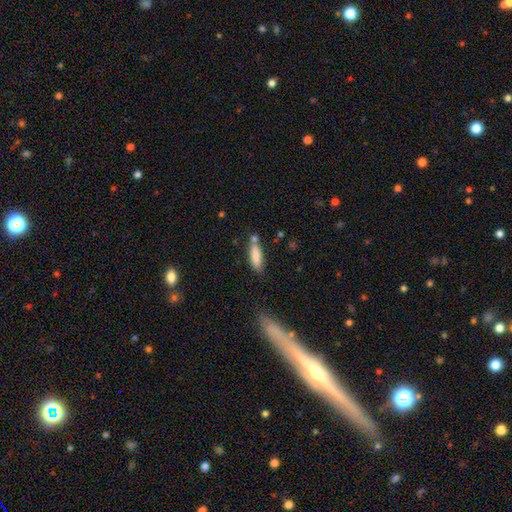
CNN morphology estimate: type=smooth (84%); roundness=in between (50%); merging=none (66%).